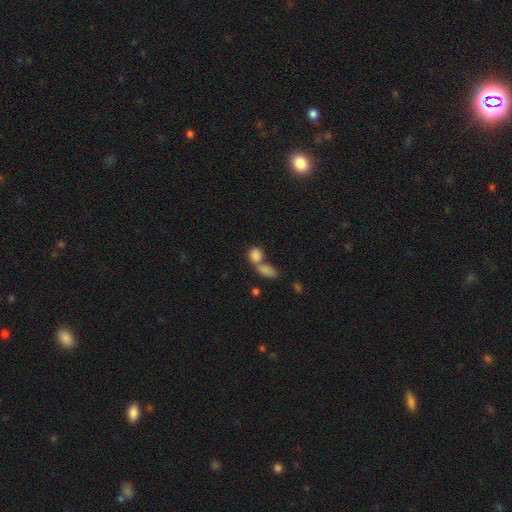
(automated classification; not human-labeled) smooth-or-featured: smooth: 84% | star or artifact: 9% | featured or disk: 7%
  how-rounded: in between: 58% | round: 39% | cigar-shaped: 3%
  merging: merger: 58% | none: 30% | minor disturbance: 7% | major disturbance: 4%